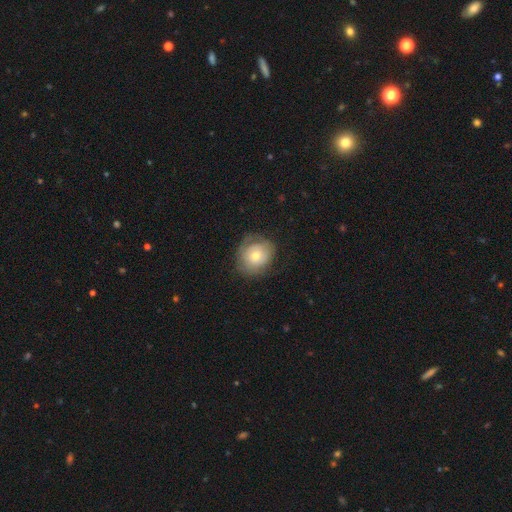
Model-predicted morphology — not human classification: Smooth or featured?
  - smooth: 62% *
  - featured or disk: 30%
  - star or artifact: 8%
How rounded?
  - round: 69% *
  - in between: 30%
  - cigar-shaped: 1%
Merging?
  - none: 63% *
  - minor disturbance: 25%
  - major disturbance: 11%
  - merger: 1%